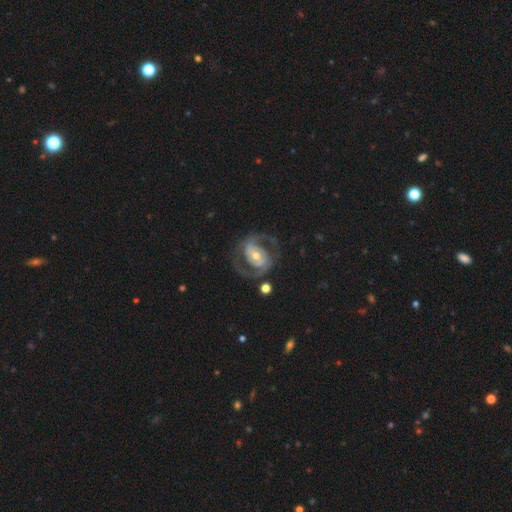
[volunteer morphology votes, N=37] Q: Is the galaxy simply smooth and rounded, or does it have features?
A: featured or disk — 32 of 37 (86%).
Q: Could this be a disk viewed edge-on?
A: no — 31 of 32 (97%).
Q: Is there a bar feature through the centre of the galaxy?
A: weak — 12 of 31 (39%).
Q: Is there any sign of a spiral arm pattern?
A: yes — 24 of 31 (77%).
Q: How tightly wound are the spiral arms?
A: medium — 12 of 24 (50%).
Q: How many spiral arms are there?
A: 2 — 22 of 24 (92%).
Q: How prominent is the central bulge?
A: moderate — 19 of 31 (61%).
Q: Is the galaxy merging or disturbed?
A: none — 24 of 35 (69%).